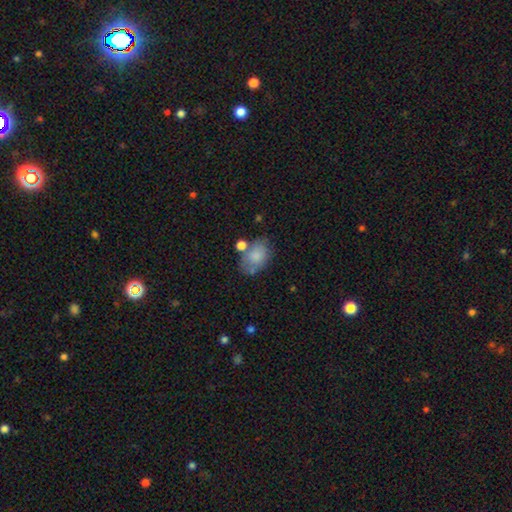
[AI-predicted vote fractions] Smooth or featured: smooth — 76% (featured or disk — 15%)
How rounded: in between — 80% (round — 18%)
Merging: none — 51% (minor disturbance — 23%)